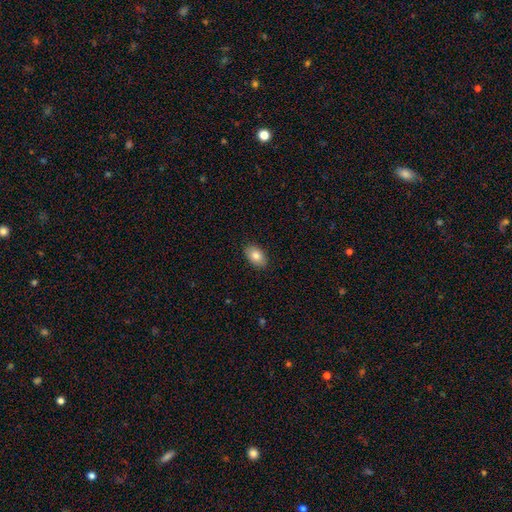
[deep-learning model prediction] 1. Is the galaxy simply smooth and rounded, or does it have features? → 82% smooth, 11% featured or disk, 7% star or artifact.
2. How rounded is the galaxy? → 90% in between, 9% round, 1% cigar-shaped.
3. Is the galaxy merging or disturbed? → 89% none, 8% minor disturbance, 2% major disturbance, 1% merger.